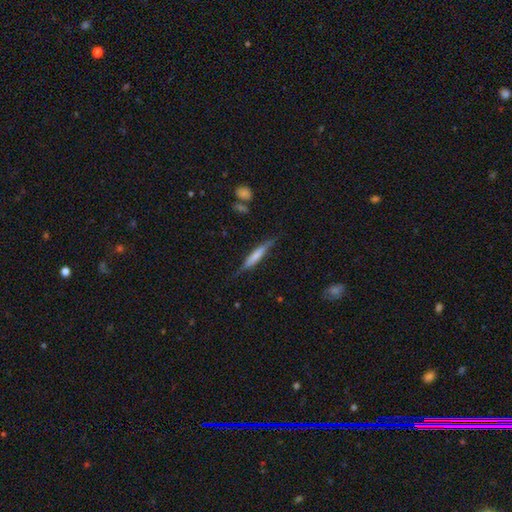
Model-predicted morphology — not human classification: The model was most divided on "smooth or featured": smooth: 52%, featured or disk: 42%, star or artifact: 6%. More confident: how rounded — cigar-shaped (89%); merging — none (73%).